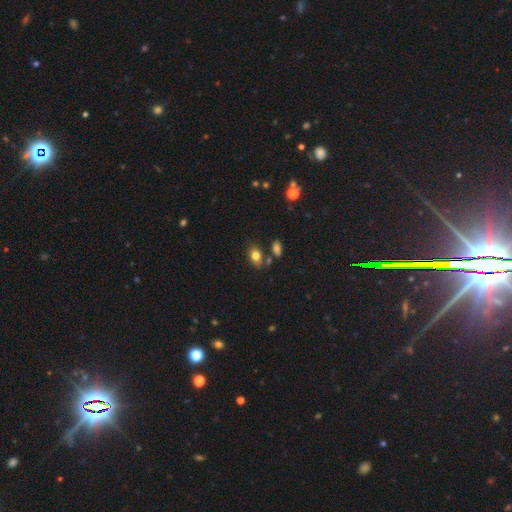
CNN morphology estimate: Q: Smooth or featured?
A: smooth (79%); runner-up: featured or disk (11%)
Q: How rounded?
A: in between (83%); runner-up: round (15%)
Q: Merging?
A: none (68%); runner-up: minor disturbance (15%)